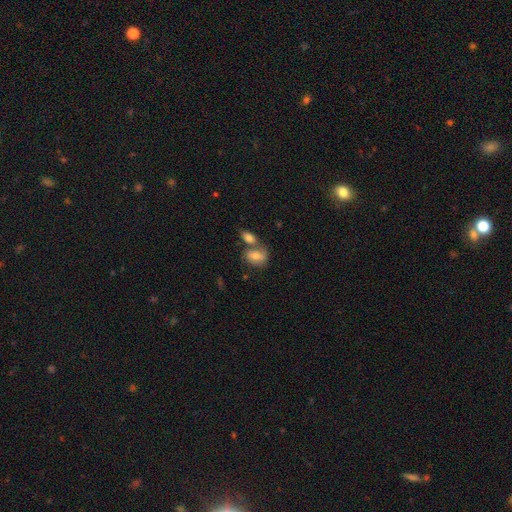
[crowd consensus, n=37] Smooth or featured?
  - smooth: 54% *
  - featured or disk: 38%
  - star or artifact: 8%
How rounded?
  - in between: 70% *
  - round: 30%
  - cigar-shaped: 0%
Merging?
  - none: 44% * (tied)
  - merger: 44% * (tied)
  - major disturbance: 9%
  - minor disturbance: 3%